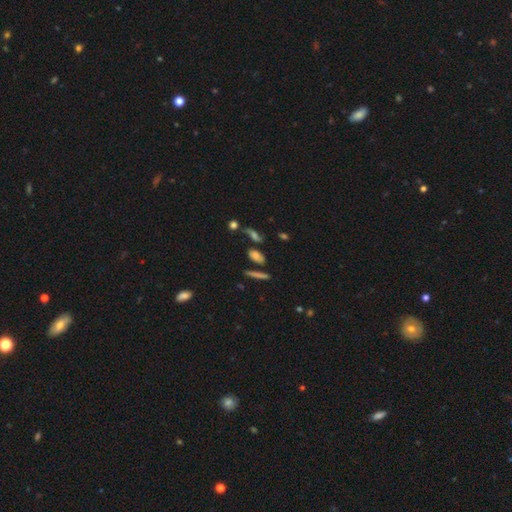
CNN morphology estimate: Q: Smooth or featured?
A: smooth (62%); runner-up: featured or disk (24%)
Q: How rounded?
A: in between (57%); runner-up: cigar-shaped (35%)
Q: Merging?
A: none (64%); runner-up: minor disturbance (14%)